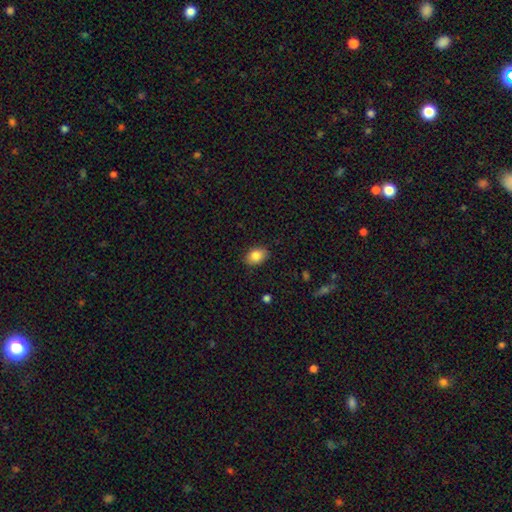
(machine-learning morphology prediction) type=smooth (85%); roundness=in between (77%); merging=none (87%).